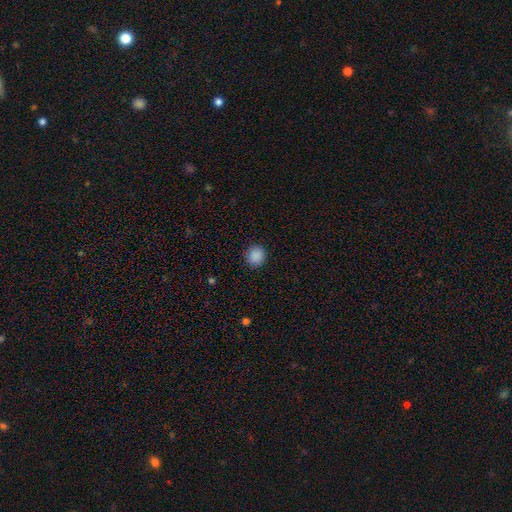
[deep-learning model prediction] Q: Smooth or featured?
A: smooth (88%); runner-up: star or artifact (9%)
Q: How rounded?
A: round (87%); runner-up: in between (12%)
Q: Merging?
A: none (89%); runner-up: minor disturbance (8%)